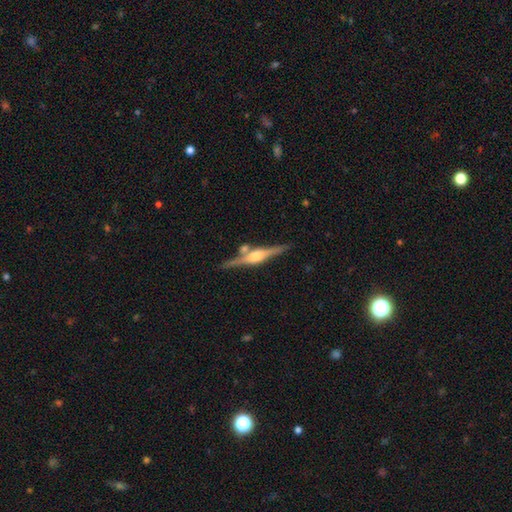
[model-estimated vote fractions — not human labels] Smooth or featured: featured or disk — 84% (smooth — 11%)
Edge-on disk: yes — 98% (no — 2%)
Edge-on bulge: rounded — 87% (boxy — 11%)
Merging: none — 79% (minor disturbance — 10%)